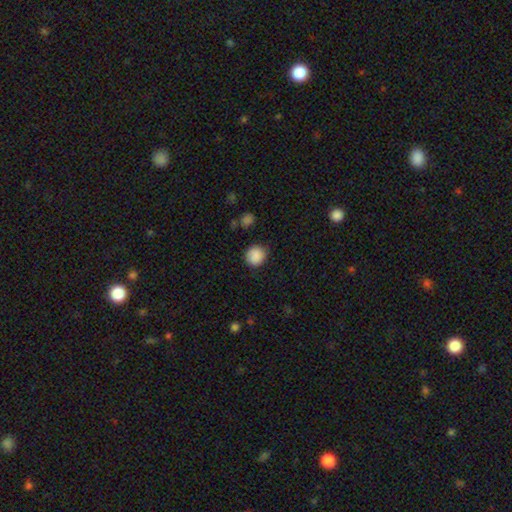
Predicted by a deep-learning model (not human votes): smooth-or-featured: smooth: 88% | star or artifact: 9% | featured or disk: 3%
  how-rounded: round: 86% | in between: 13% | cigar-shaped: 1%
  merging: none: 82% | minor disturbance: 13% | major disturbance: 3% | merger: 2%